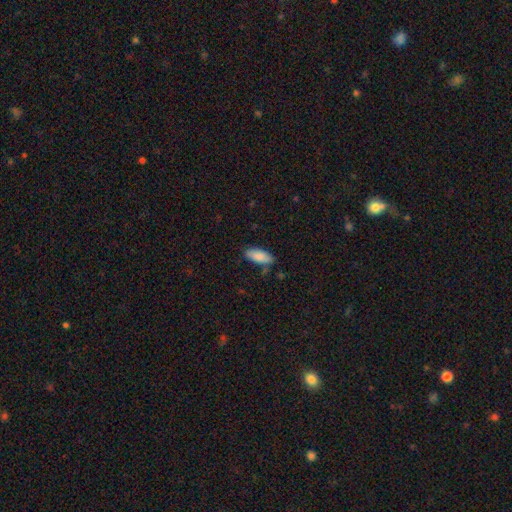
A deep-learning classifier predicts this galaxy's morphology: Smooth or featured?
  - smooth: 87% *
  - featured or disk: 7%
  - star or artifact: 6%
How rounded?
  - in between: 81% *
  - cigar-shaped: 18%
  - round: 2%
Merging?
  - none: 79% *
  - minor disturbance: 15%
  - merger: 3%
  - major disturbance: 3%